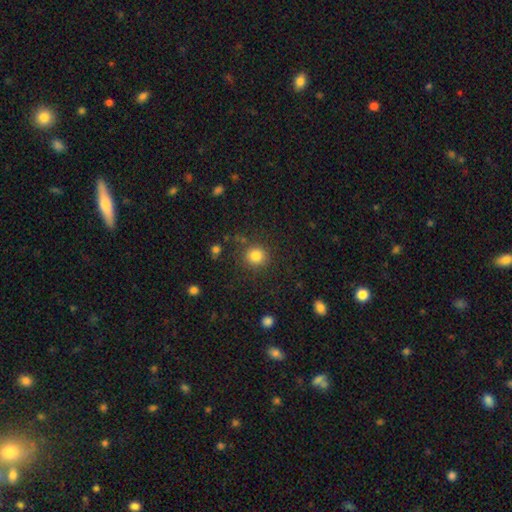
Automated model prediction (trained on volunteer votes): Overall: smooth (82%). How rounded: round (91%). Merging: none (85%).